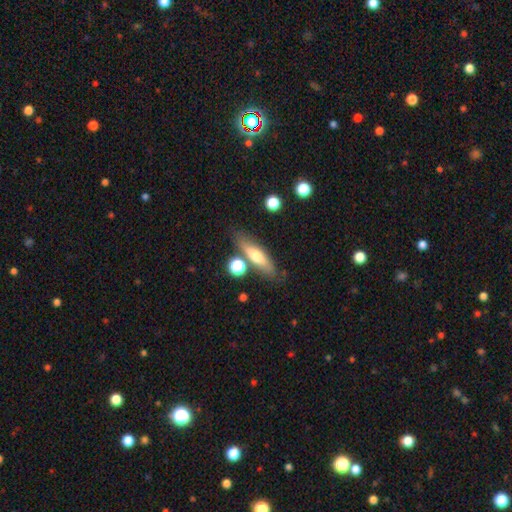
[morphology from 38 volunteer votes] Smooth or featured? 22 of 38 (58%) said smooth. How rounded? 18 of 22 (82%) said cigar-shaped. Merging? 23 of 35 (66%) said none.